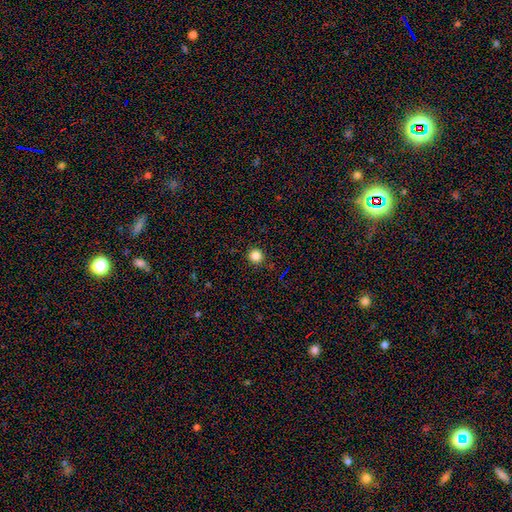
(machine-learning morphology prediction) This is clearly a smooth galaxy (83%). How rounded: clearly round (94%). Merging: clearly none (92%).